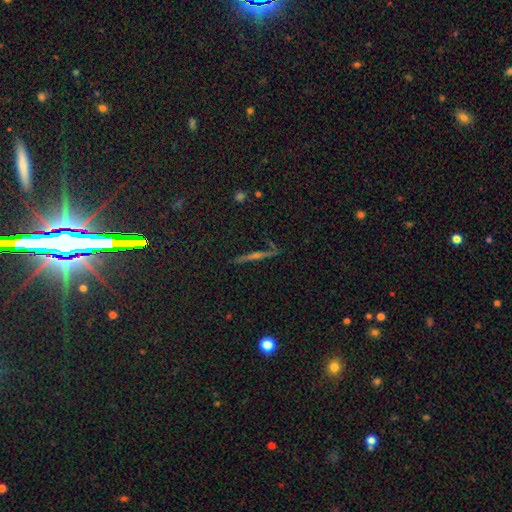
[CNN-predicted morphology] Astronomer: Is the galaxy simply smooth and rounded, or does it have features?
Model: featured or disk — 61%.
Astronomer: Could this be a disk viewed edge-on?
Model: yes — 93%.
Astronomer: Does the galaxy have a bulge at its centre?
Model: rounded — 69%.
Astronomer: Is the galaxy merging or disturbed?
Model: none — 85%.